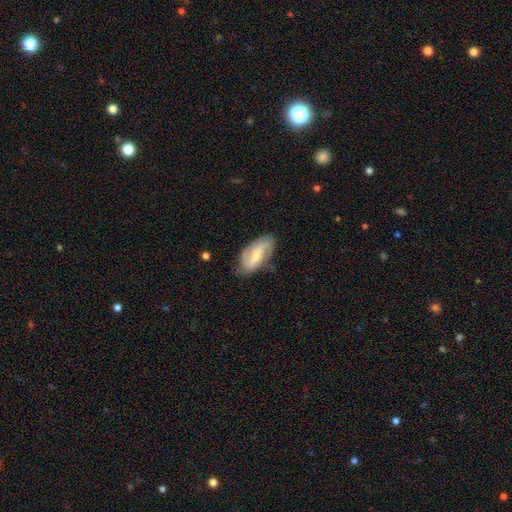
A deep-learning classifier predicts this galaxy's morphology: featured or disk 70%, smooth 24%, star or artifact 6%. Down the decision tree: edge-on disk — no (95%); bar — weak (46%); spiral arms — yes (92%); spiral arm count — 2 (76%); spiral winding — medium (46%); bulge size — small (49%); merging — none (71%).